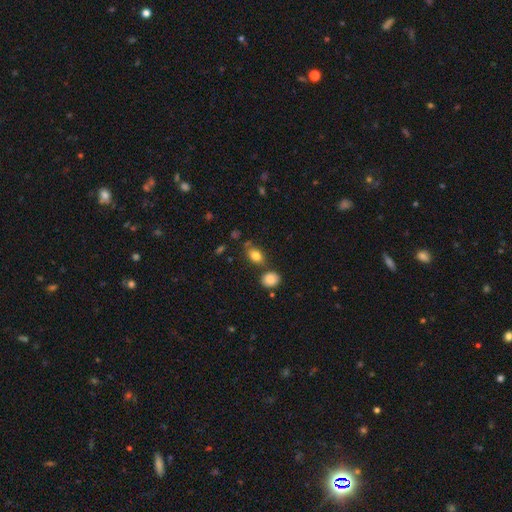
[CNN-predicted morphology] This is clearly a smooth galaxy (83%). How rounded: clearly in between (81%). Merging: likely none (70%).